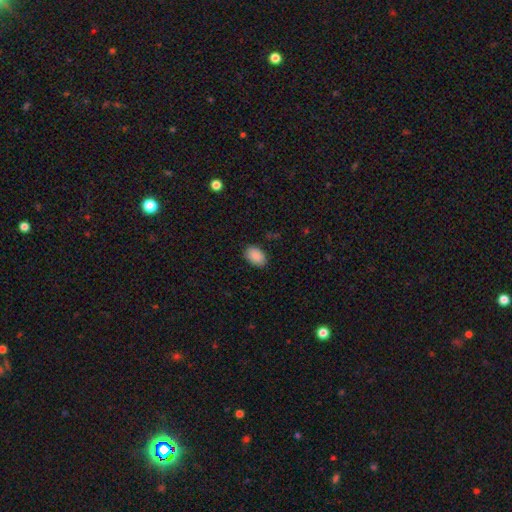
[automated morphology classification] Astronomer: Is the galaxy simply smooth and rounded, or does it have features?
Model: smooth — 89%.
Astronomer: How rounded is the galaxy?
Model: in between — 85%.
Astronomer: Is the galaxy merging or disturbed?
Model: none — 85%.